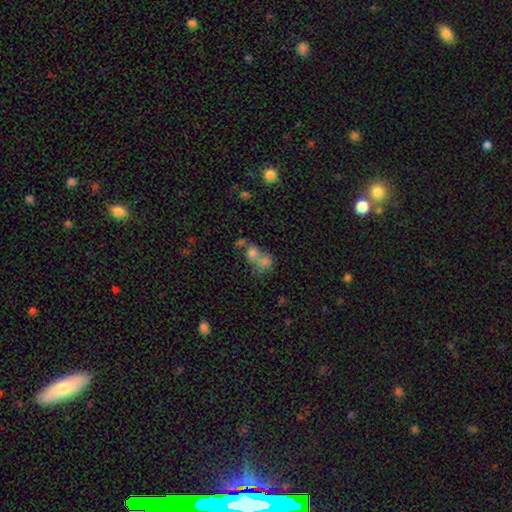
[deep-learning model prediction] The model was most divided on "how rounded": in between: 50%, round: 48%, cigar-shaped: 2%. More confident: smooth or featured — smooth (65%); merging — merger (61%).